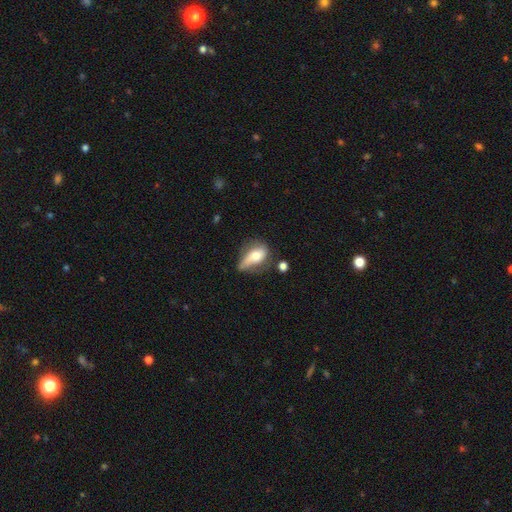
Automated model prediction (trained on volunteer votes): Smooth or featured?
  - smooth: 54% *
  - featured or disk: 38%
  - star or artifact: 8%
How rounded?
  - in between: 79% *
  - round: 11%
  - cigar-shaped: 10%
Merging?
  - minor disturbance: 34% *
  - none: 33%
  - major disturbance: 23%
  - merger: 10%